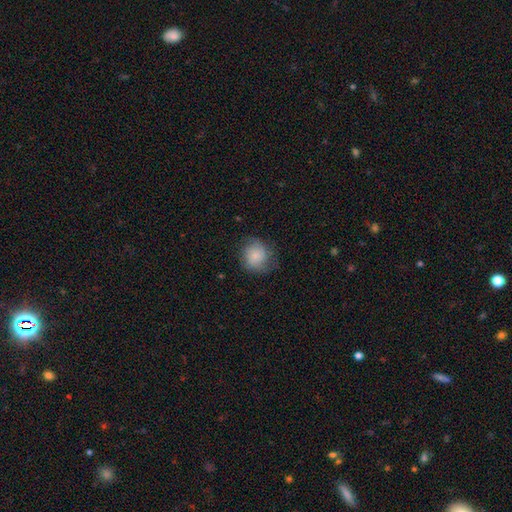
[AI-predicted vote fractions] This appears to be a smooth galaxy with no disk features (76%) that is round (83%). Merging: none (68%).